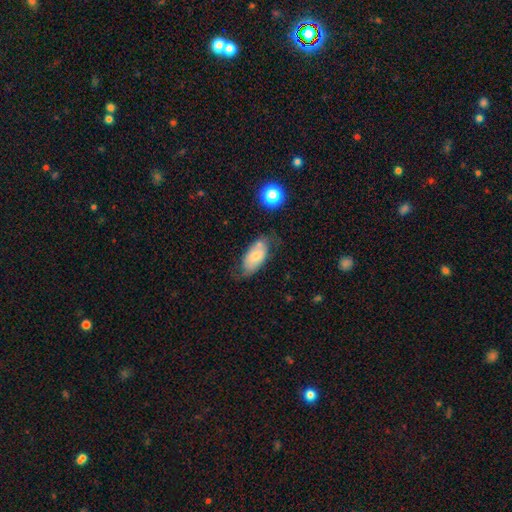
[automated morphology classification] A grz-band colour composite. It shows a smooth galaxy with no disk features (64%) that is in between round and cigar-shaped (92%). Merging: none (52%).